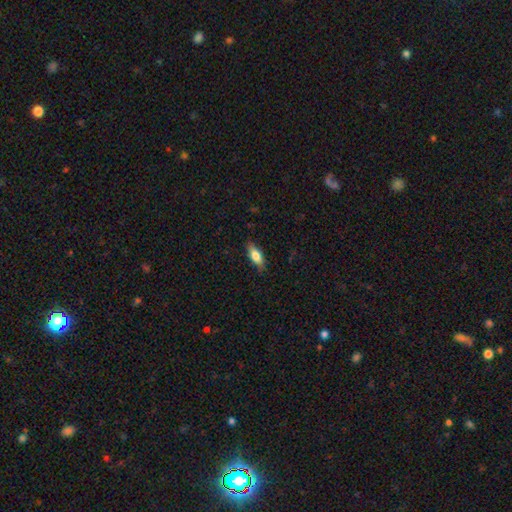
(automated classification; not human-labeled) This appears to be a smooth galaxy with no disk features (69%) that is in between round and cigar-shaped (69%). Merging: none (84%).